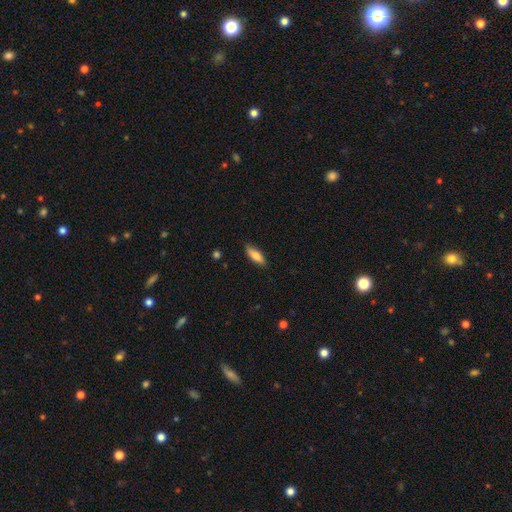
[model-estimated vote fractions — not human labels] This appears to be a smooth galaxy with no disk features (76%) that is in between round and cigar-shaped (55%). Merging: none (86%).